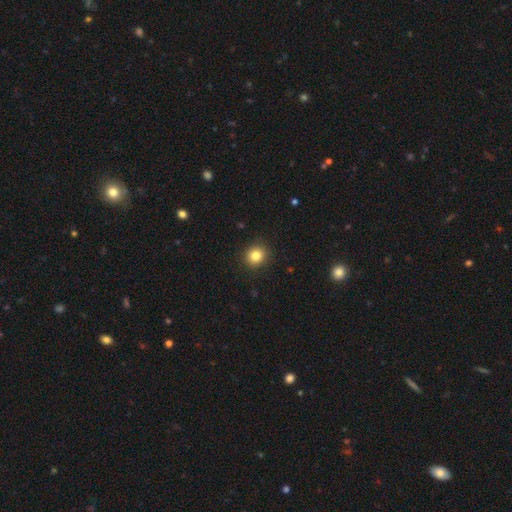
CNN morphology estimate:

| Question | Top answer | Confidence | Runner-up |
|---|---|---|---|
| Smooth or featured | smooth | 83% | star or artifact (11%) |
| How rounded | round | 86% | in between (13%) |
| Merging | none | 91% | minor disturbance (6%) |